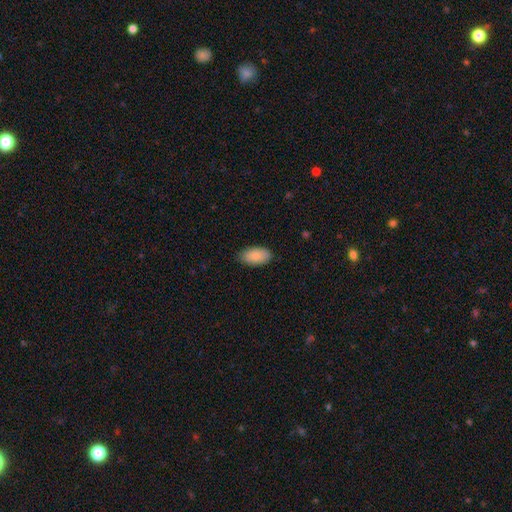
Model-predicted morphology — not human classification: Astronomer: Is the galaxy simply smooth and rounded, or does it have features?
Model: smooth — 85%.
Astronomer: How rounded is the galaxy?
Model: in between — 95%.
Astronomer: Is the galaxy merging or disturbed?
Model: none — 84%.